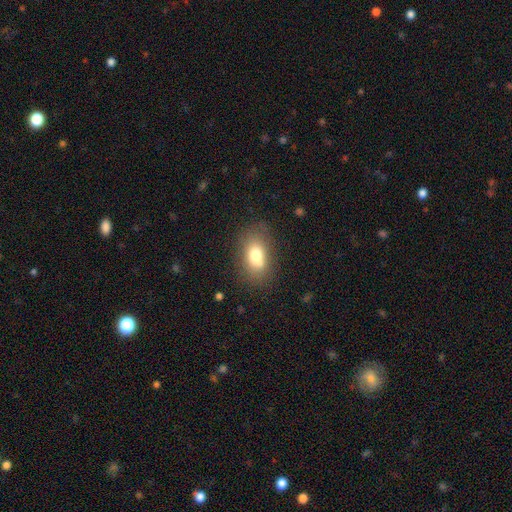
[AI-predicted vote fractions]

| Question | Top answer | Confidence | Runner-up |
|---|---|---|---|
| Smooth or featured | smooth | 73% | featured or disk (17%) |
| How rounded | in between | 84% | round (14%) |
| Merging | none | 66% | minor disturbance (19%) |